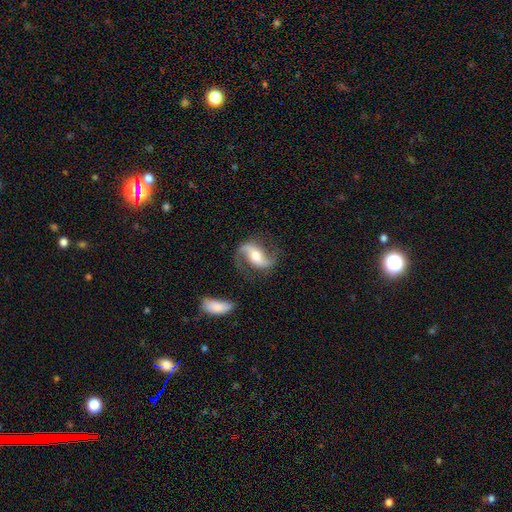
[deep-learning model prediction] A featured or disk galaxy (87%) with a weak bar (36%), 2 (93%) loose (64%) spiral arms (97%) and a moderate central bulge (60%). Merging: none (74%).